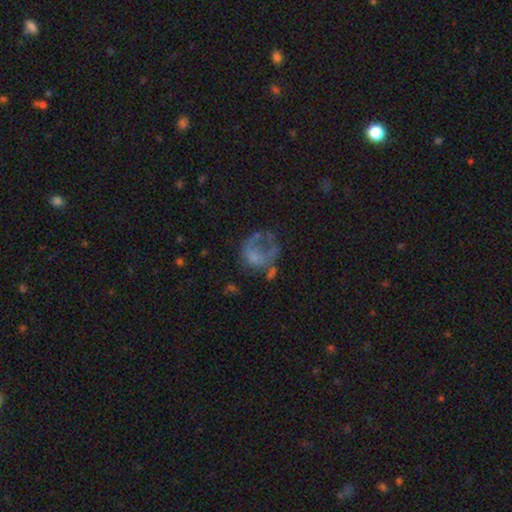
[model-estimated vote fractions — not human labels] A featured or disk galaxy (44%). Merging: major disturbance (43%).